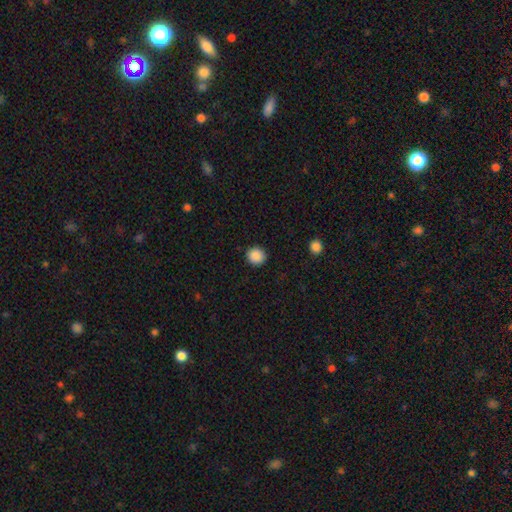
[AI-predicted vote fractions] Smooth or featured: smooth — 89% (star or artifact — 9%)
How rounded: round — 90% (in between — 9%)
Merging: none — 91% (minor disturbance — 6%)